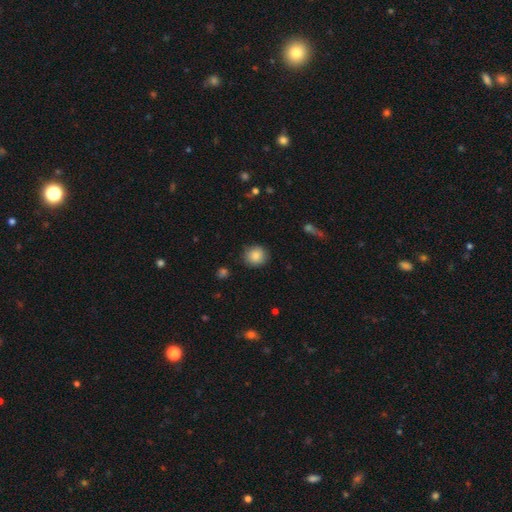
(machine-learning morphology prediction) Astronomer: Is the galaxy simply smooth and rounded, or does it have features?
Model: smooth — 84%.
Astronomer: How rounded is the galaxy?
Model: round — 86%.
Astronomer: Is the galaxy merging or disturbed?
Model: none — 88%.